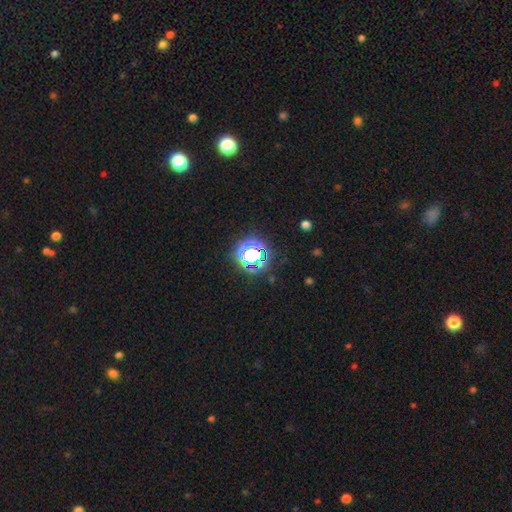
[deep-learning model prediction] A star or artifact, not a galaxy (71%).

Vote fractions:
- Smooth or featured? star or artifact: 71% / smooth: 20% / featured or disk: 9%